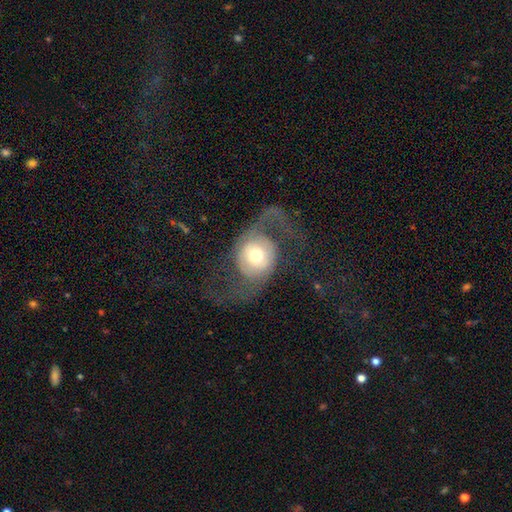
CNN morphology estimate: Overall: featured or disk (61%; smooth 32%). Edge-on disk: no (94%). Bar: no (70%). Spiral arms: yes (63%; no 37%). Bulge size: moderate (65%). Merging: none (45%; major disturbance 41%).